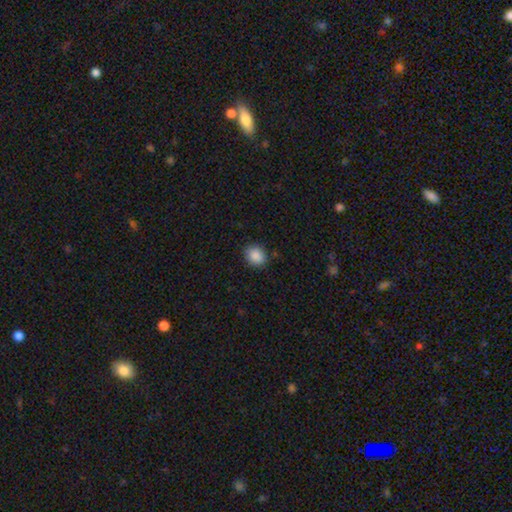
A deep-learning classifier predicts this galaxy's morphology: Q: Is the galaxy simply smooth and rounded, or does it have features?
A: smooth — 89%.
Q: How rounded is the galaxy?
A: round — 62%.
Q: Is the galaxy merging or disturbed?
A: none — 87%.